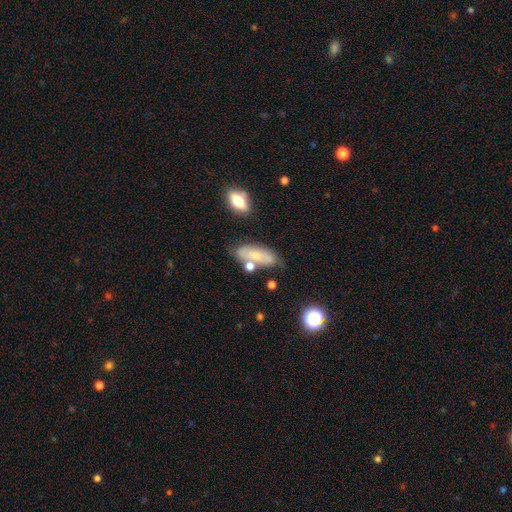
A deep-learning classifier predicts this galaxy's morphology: This appears to be a smooth galaxy with no disk features (65%) that is in between round and cigar-shaped (64%). Merging: none (61%).